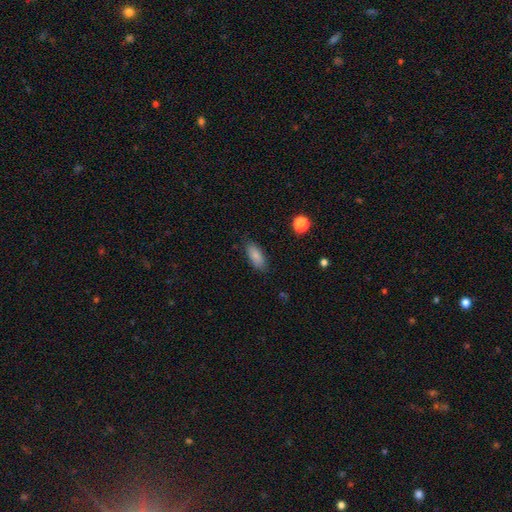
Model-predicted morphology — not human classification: smooth_or_featured: smooth (p=0.85) [alt: star or artifact p=0.08]
how_rounded: in between (p=0.83) [alt: cigar-shaped p=0.15]
merging: none (p=0.84) [alt: minor disturbance p=0.12]